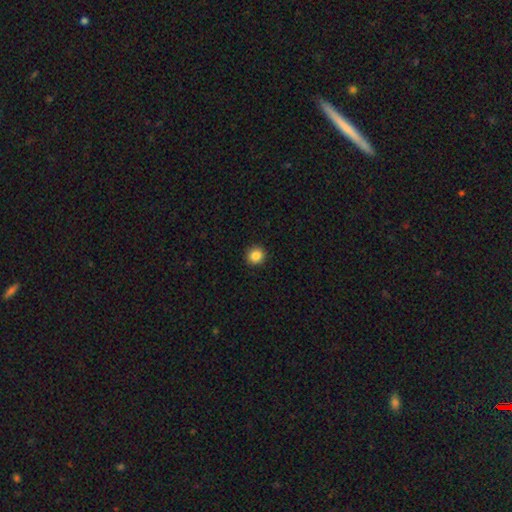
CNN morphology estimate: type=smooth (86%); roundness=round (92%); merging=none (93%).